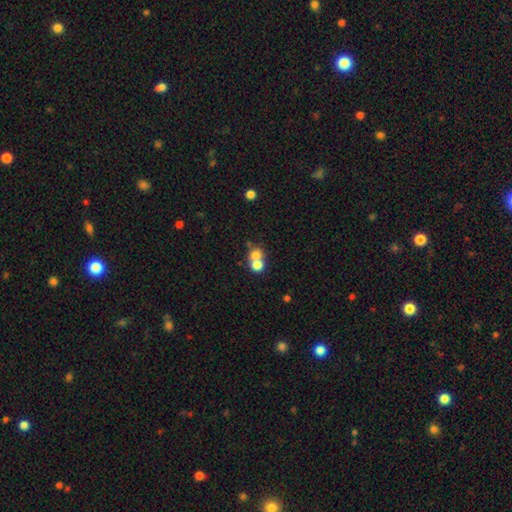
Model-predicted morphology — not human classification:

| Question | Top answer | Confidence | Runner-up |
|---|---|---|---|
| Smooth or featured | smooth | 74% | featured or disk (15%) |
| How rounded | round | 78% | in between (21%) |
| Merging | merger | 62% | none (30%) |